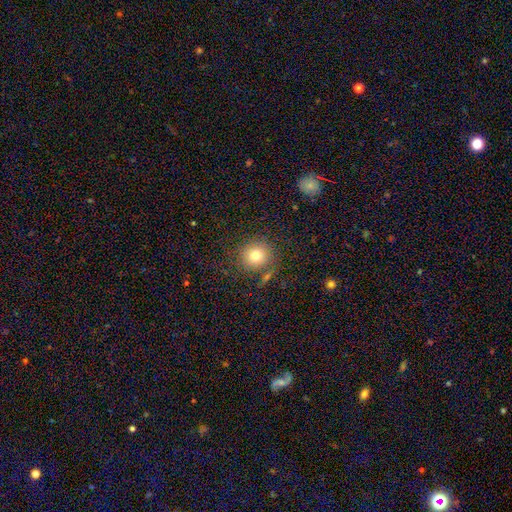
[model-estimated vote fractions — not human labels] smooth-or-featured: smooth: 76% | star or artifact: 13% | featured or disk: 11%
  how-rounded: round: 91% | in between: 8% | cigar-shaped: 1%
  merging: none: 79% | minor disturbance: 10% | merger: 6% | major disturbance: 5%